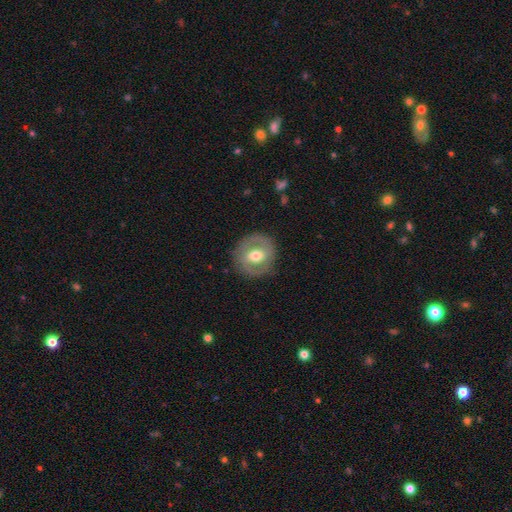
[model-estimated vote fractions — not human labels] smooth-or-featured: featured or disk: 60% | smooth: 34% | star or artifact: 6%
  disk-edge-on: no: 95% | yes: 5%
    bar: weak: 42% | no: 37% | strong: 21%
    has-spiral-arms: yes: 55% | no: 45%
    bulge-size: moderate: 74% | large: 13% | small: 11% | dominant: 1% | none: 1%
  merging: none: 83% | minor disturbance: 11% | major disturbance: 5% | merger: 1%